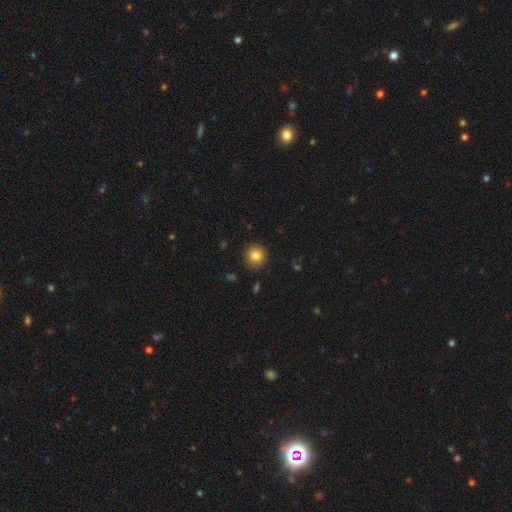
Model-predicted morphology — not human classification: This appears to be a smooth galaxy with no disk features (82%) that is round (92%). Merging: none (86%).